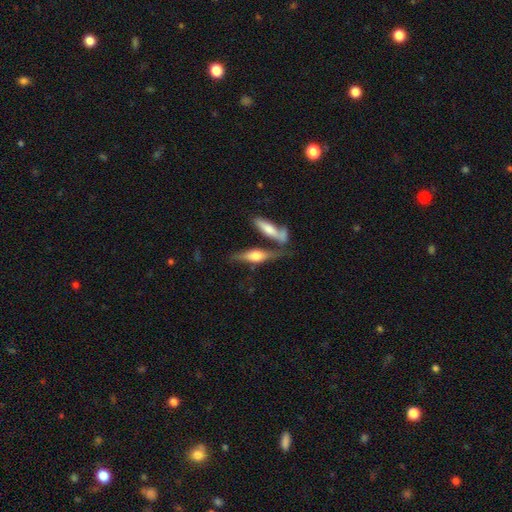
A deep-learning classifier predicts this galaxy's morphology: Smooth or featured? Predicted: featured or disk (p=0.57). Edge-on disk? Predicted: yes (p=0.90). Edge-on bulge? Predicted: rounded (p=0.88). Merging? Predicted: none (p=0.55).